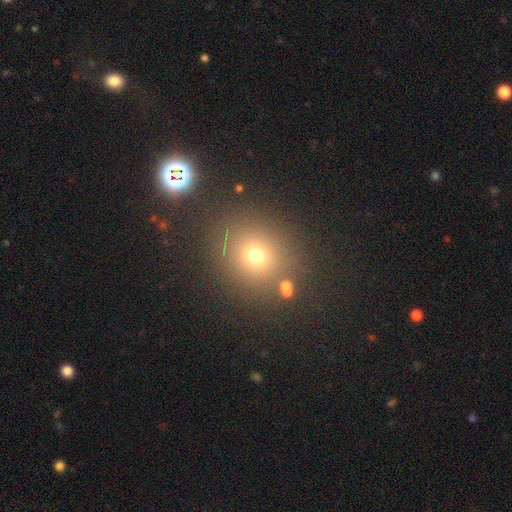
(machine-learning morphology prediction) This appears to be a smooth galaxy with no disk features (68%) that is round (83%). Merging: none (82%).